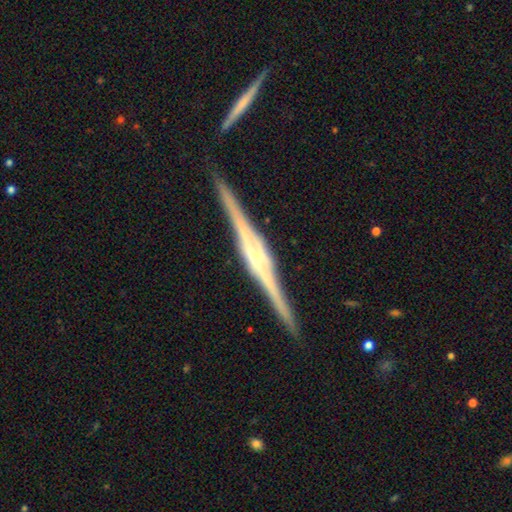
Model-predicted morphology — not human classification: type=featured or disk (90%); edge-on=yes (98%); edge-on bulge=boxy (50%); merging=none (91%).